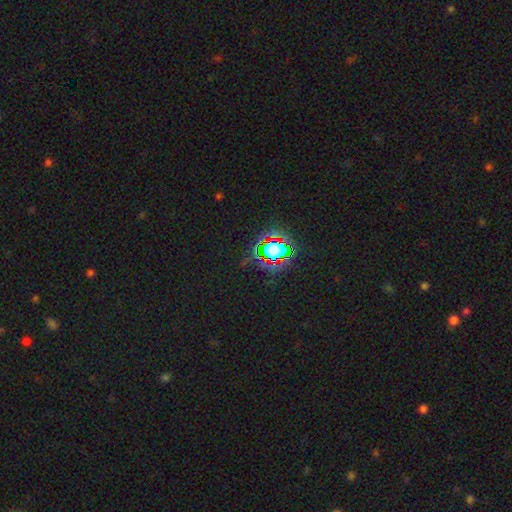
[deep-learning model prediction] Smooth or featured?
  - star or artifact: 80% *
  - smooth: 12%
  - featured or disk: 8%